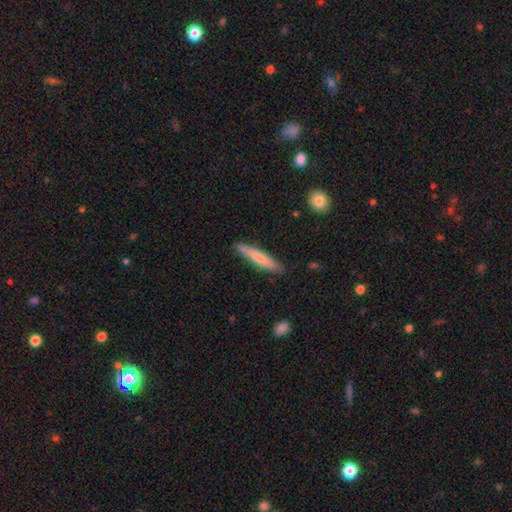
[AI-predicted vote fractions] Smooth or featured?
  - smooth: 57% *
  - featured or disk: 36%
  - star or artifact: 6%
How rounded?
  - cigar-shaped: 92% *
  - in between: 6%
  - round: 1%
Merging?
  - none: 84% *
  - minor disturbance: 12%
  - major disturbance: 2%
  - merger: 2%